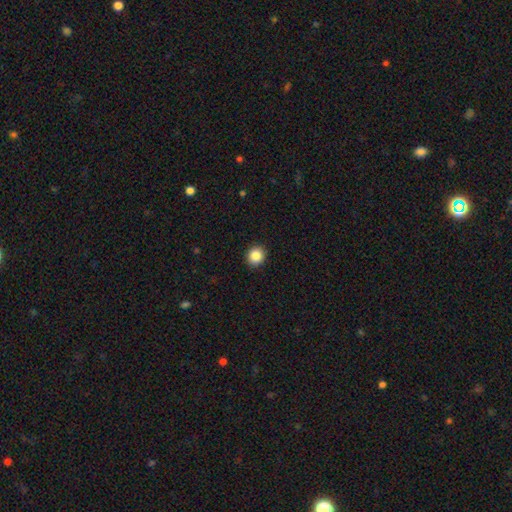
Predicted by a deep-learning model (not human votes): A smooth galaxy with no disk features (86%) that is round (86%). Merging: none (92%).